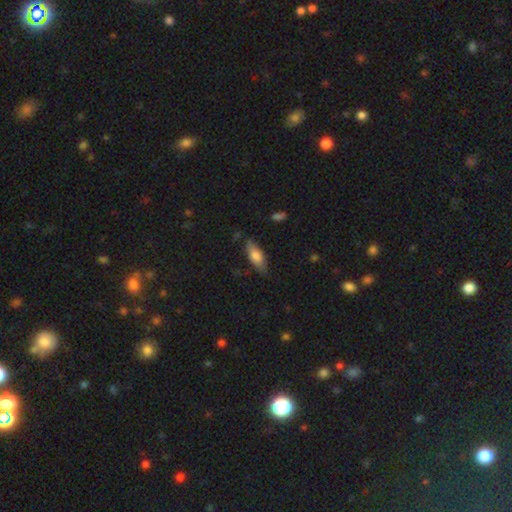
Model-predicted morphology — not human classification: Smooth or featured?
  - smooth: 71% *
  - featured or disk: 23%
  - star or artifact: 6%
How rounded?
  - in between: 71% *
  - cigar-shaped: 27%
  - round: 2%
Merging?
  - none: 73% *
  - minor disturbance: 21%
  - major disturbance: 4%
  - merger: 2%